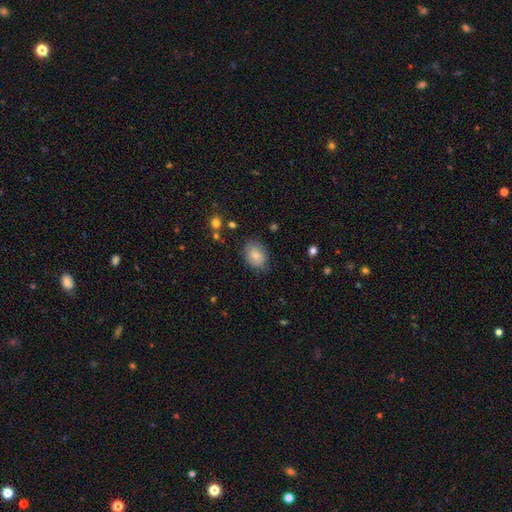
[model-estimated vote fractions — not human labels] smooth_or_featured: smooth (p=0.82) [alt: featured or disk p=0.10]
how_rounded: in between (p=0.69) [alt: round p=0.30]
merging: none (p=0.80) [alt: minor disturbance p=0.15]